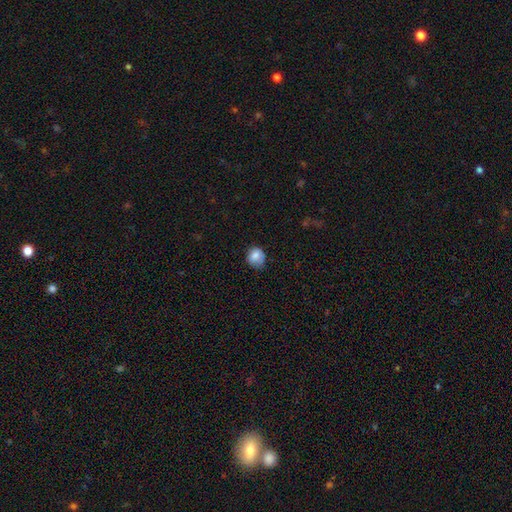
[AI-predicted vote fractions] smooth 82%, featured or disk 9%, star or artifact 9%. Down the decision tree: how rounded — round (77%); merging — none (66%).